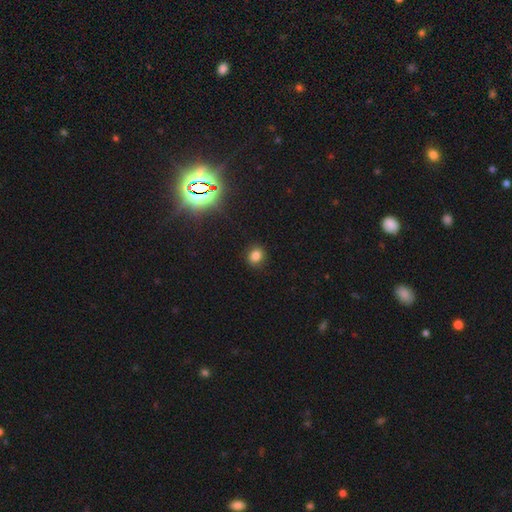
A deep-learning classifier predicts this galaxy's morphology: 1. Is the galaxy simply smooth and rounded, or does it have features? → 80% smooth, 15% star or artifact, 5% featured or disk.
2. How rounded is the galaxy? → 63% round, 36% in between, 1% cigar-shaped.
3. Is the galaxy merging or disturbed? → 87% none, 9% minor disturbance, 2% major disturbance, 1% merger.